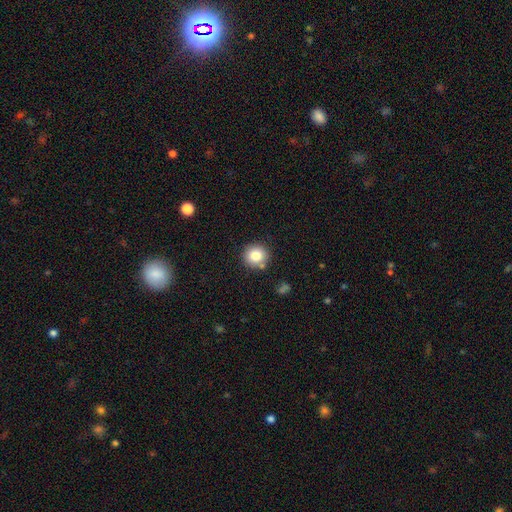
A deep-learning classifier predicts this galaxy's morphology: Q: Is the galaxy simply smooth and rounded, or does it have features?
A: smooth — 82%.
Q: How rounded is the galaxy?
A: round — 91%.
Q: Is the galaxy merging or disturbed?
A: none — 82%.